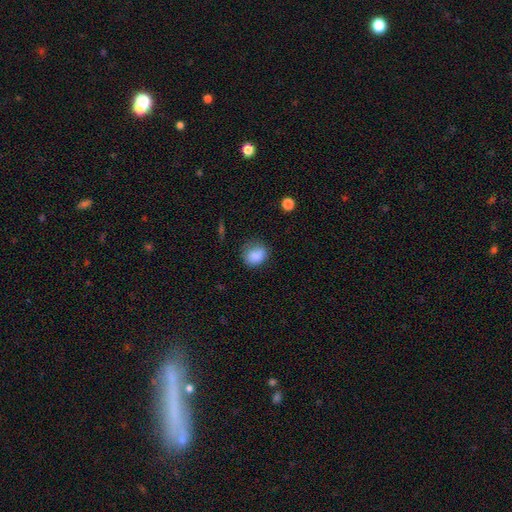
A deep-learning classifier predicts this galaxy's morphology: Smooth or featured? Predicted: smooth (p=0.86). How rounded? Predicted: round (p=0.66). Merging? Predicted: none (p=0.65).